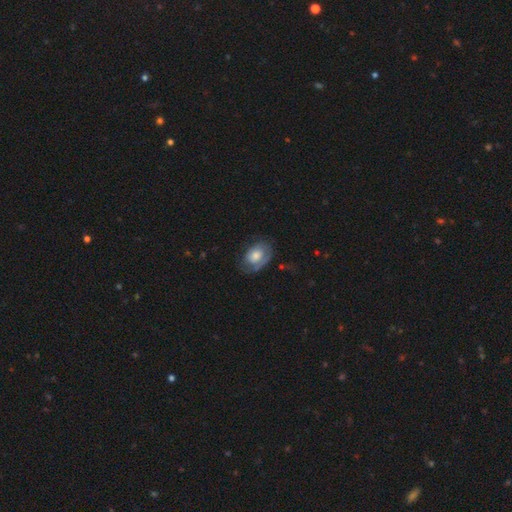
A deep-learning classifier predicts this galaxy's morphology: smooth-or-featured: smooth: 48% | featured or disk: 44% | star or artifact: 7%
  merging: none: 56% | minor disturbance: 27% | major disturbance: 15% | merger: 2%